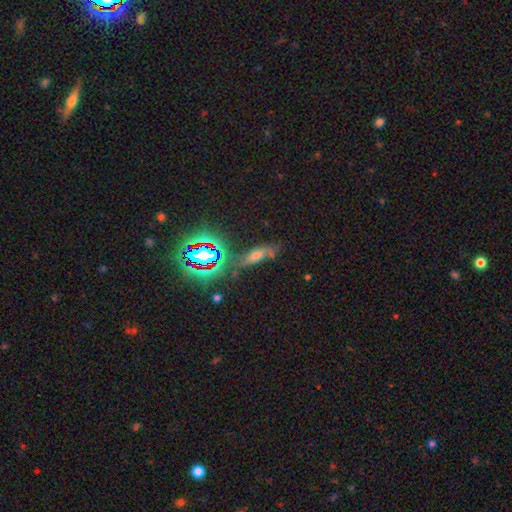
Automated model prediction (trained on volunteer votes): A smooth galaxy with no disk features (36%). Merging: none (61%).